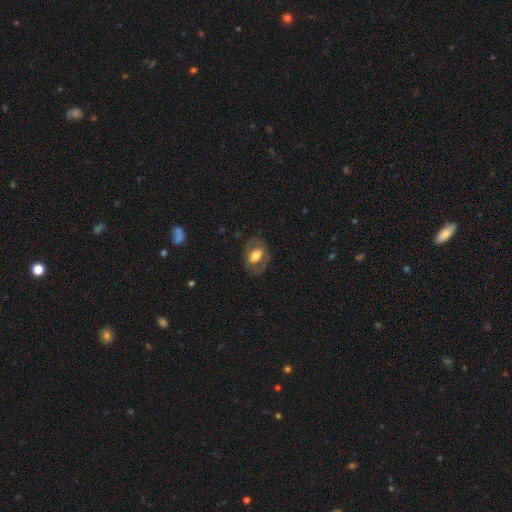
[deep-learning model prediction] smooth 52%, featured or disk 41%, star or artifact 7%. Down the decision tree: how rounded — in between (78%); merging — none (71%).